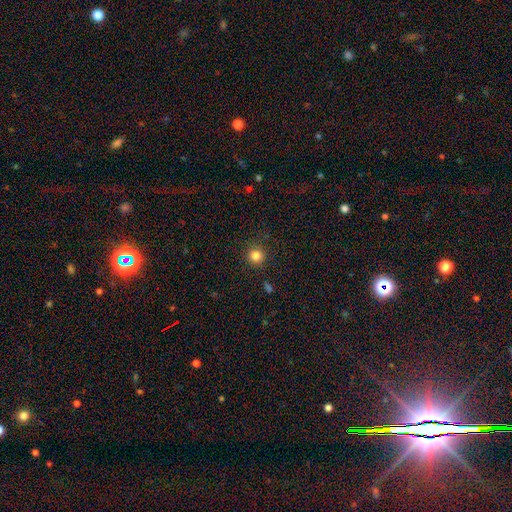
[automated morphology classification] Smooth or featured? smooth (82%)
How rounded? round (93%)
Merging? none (90%)